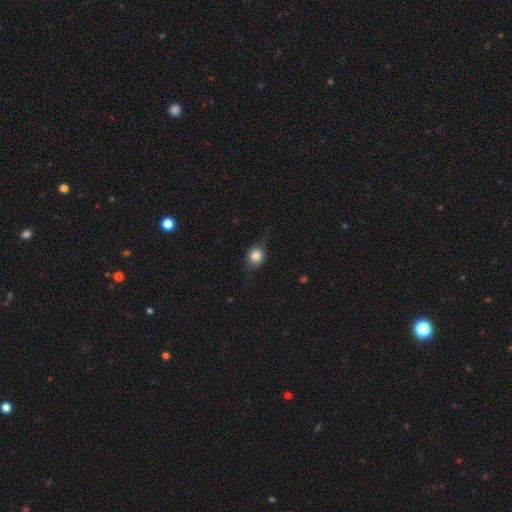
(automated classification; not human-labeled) smooth_or_featured: smooth (p=0.68) [alt: featured or disk p=0.22]
how_rounded: round (p=0.65) [alt: in between p=0.32]
merging: none (p=0.68) [alt: minor disturbance p=0.22]